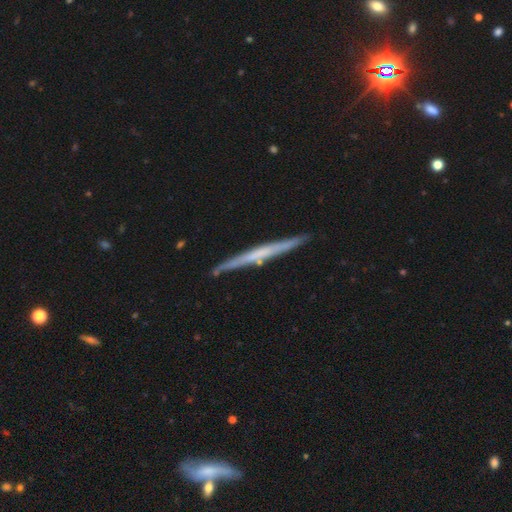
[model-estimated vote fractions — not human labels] Smooth or featured? Predicted: featured or disk (p=0.65). Edge-on disk? Predicted: yes (p=0.98). Edge-on bulge? Predicted: none (p=0.74). Merging? Predicted: none (p=0.90).